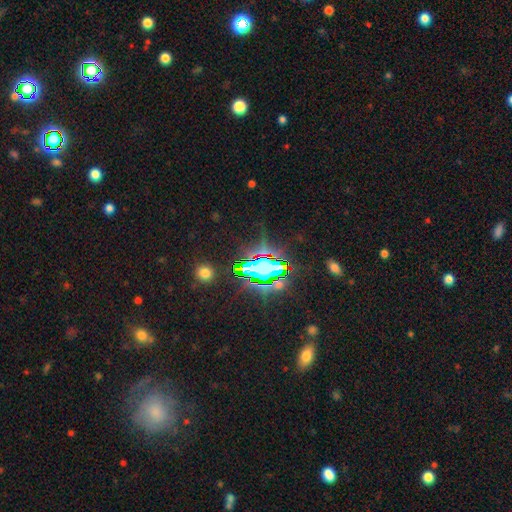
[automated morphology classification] type=star or artifact (73%).